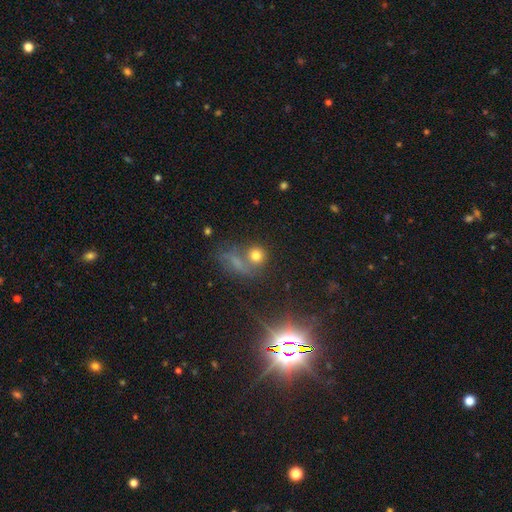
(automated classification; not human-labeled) A smooth galaxy with no disk features (73%) that is round (83%).

Vote fractions:
- Smooth or featured? smooth: 73% / star or artifact: 17% / featured or disk: 10%
- How rounded? round: 83% / in between: 15% / cigar-shaped: 2%
- Merging? none: 56% / merger: 26% / minor disturbance: 11% / major disturbance: 8%